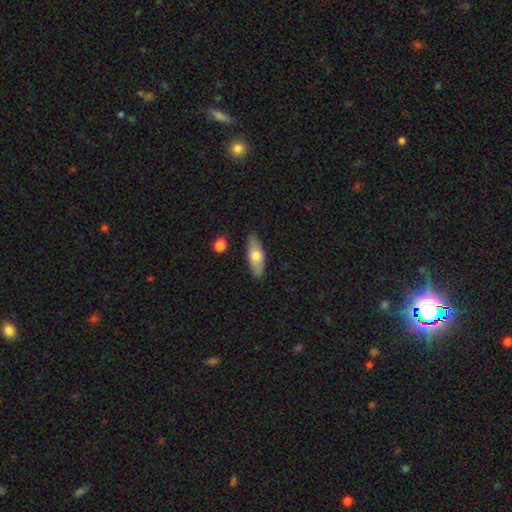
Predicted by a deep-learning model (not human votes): This appears to be a smooth galaxy with no disk features (65%) that is in between round and cigar-shaped (66%). Merging: none (85%).